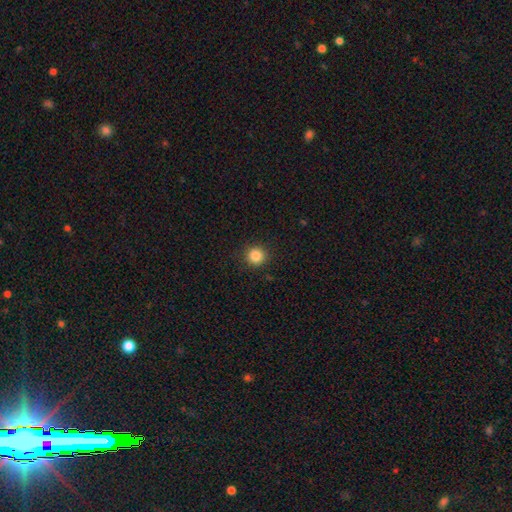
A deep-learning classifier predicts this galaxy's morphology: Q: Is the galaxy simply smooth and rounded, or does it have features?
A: smooth — 85%.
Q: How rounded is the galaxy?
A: round — 94%.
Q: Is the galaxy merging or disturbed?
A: none — 91%.